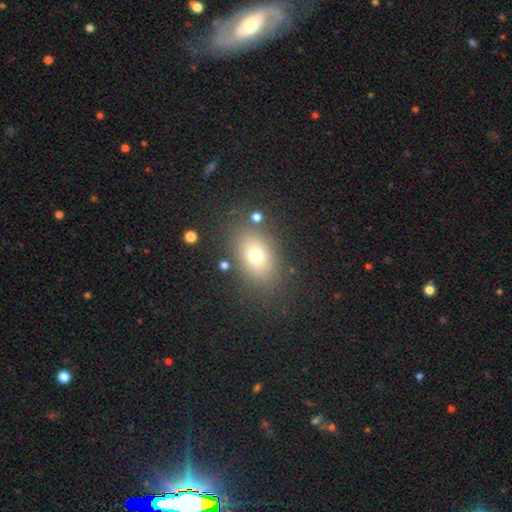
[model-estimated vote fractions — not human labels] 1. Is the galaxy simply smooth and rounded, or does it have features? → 71% smooth, 15% featured or disk, 14% star or artifact.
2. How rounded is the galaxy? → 77% in between, 21% round, 2% cigar-shaped.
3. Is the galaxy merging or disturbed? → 81% none, 10% minor disturbance, 5% major disturbance, 3% merger.